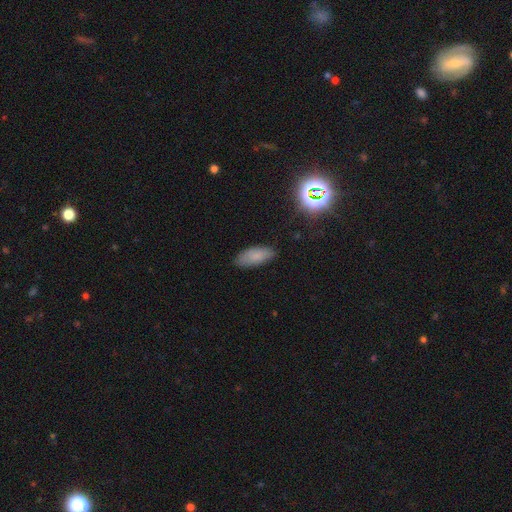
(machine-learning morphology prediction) Smooth or featured?
  - smooth: 80% *
  - star or artifact: 10%
  - featured or disk: 10%
How rounded?
  - in between: 84% *
  - cigar-shaped: 14%
  - round: 2%
Merging?
  - none: 81% *
  - minor disturbance: 15%
  - major disturbance: 3%
  - merger: 1%